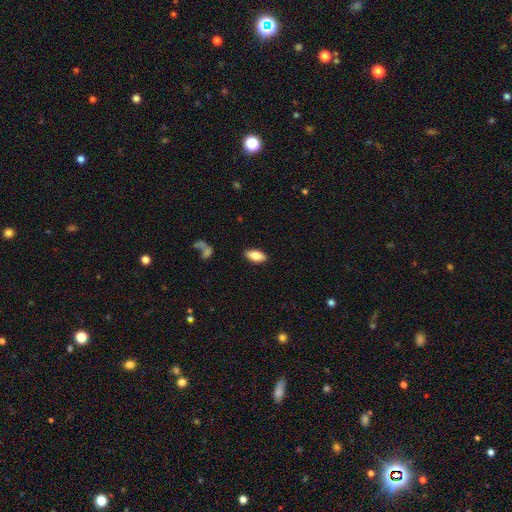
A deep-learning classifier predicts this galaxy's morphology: This is clearly a smooth galaxy (80%). How rounded: clearly in between (88%). Merging: clearly none (88%).